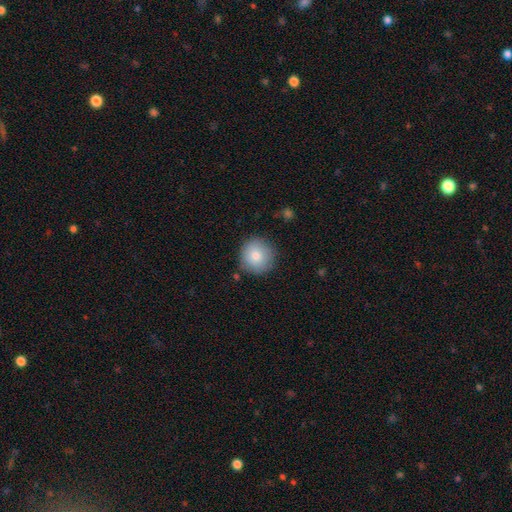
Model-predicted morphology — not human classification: type=smooth (82%); roundness=round (92%); merging=none (85%).